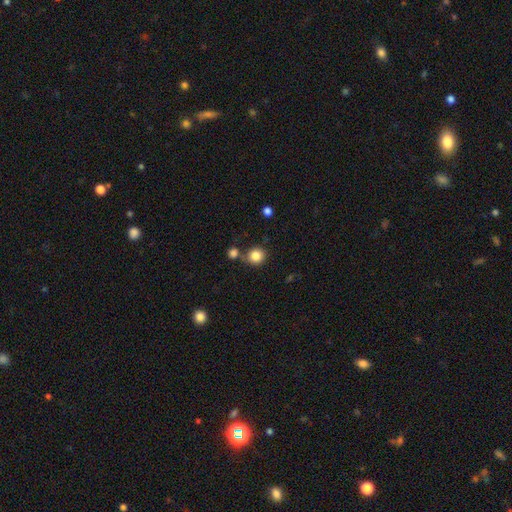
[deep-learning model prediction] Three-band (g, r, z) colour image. It shows a smooth galaxy with no disk features (84%) that is round (89%). Merging: none (70%).